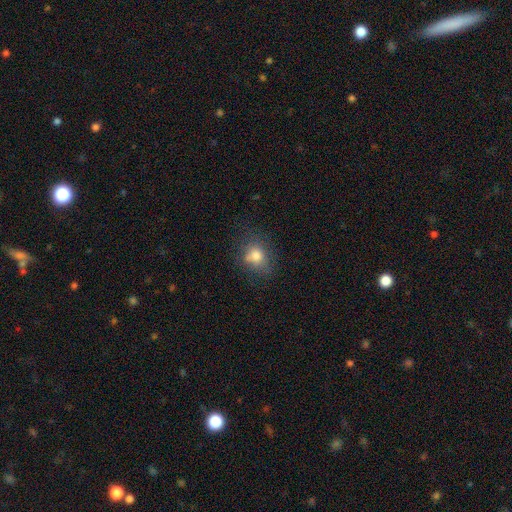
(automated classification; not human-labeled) A smooth galaxy with no disk features (76%) that is round (57%). Merging: none (61%).